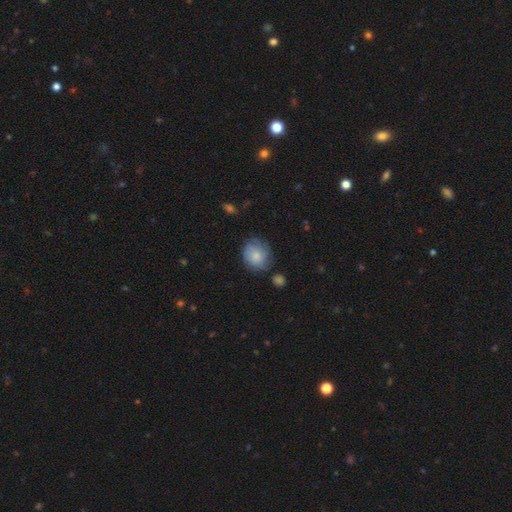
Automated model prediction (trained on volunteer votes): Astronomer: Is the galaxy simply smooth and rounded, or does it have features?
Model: smooth — 70%.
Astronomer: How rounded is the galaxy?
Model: round — 72%.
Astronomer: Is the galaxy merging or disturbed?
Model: none — 66%.